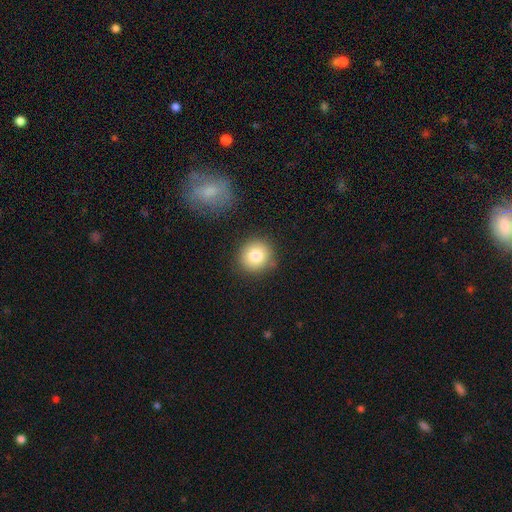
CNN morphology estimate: smooth_or_featured: smooth (p=0.80) [alt: star or artifact p=0.10]
how_rounded: round (p=0.90) [alt: in between p=0.09]
merging: none (p=0.84) [alt: minor disturbance p=0.10]